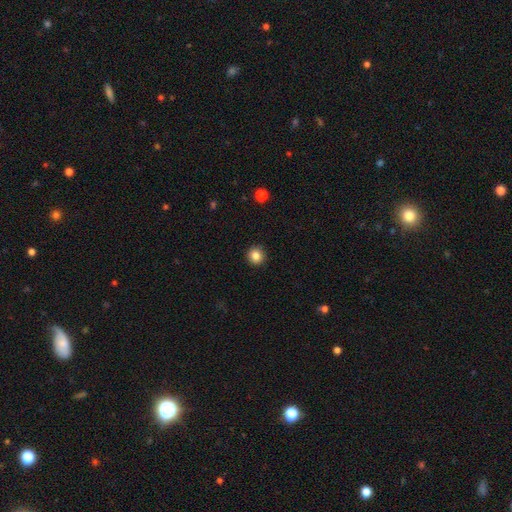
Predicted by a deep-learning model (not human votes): Overall: smooth (84%). How rounded: round (94%). Merging: none (93%).